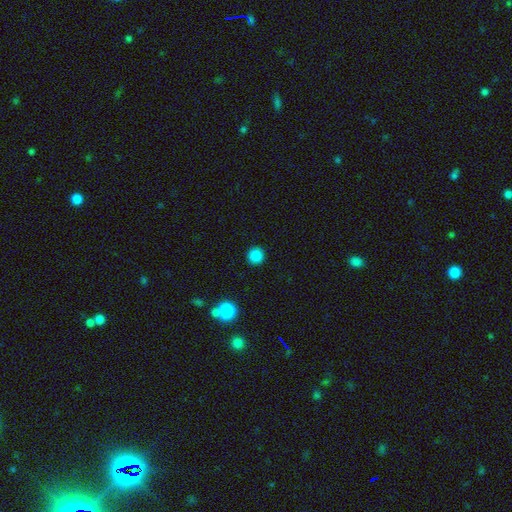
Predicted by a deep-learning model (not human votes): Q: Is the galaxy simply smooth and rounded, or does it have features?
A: smooth — 86%.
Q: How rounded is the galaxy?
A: round — 94%.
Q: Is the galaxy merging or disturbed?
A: none — 91%.